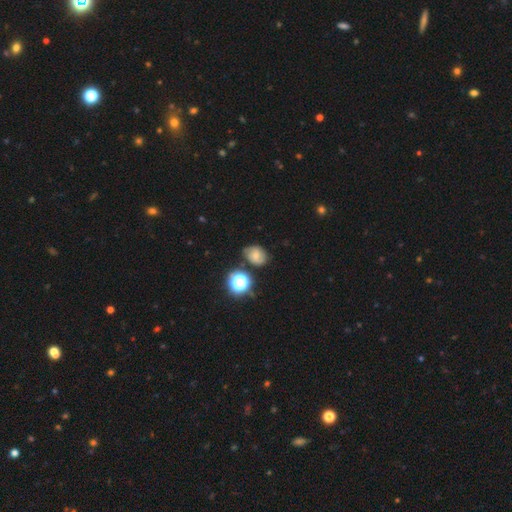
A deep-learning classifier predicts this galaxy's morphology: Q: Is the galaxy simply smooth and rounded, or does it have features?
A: smooth — 50%.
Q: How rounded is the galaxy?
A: in between — 52%.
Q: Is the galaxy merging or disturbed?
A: none — 68%.